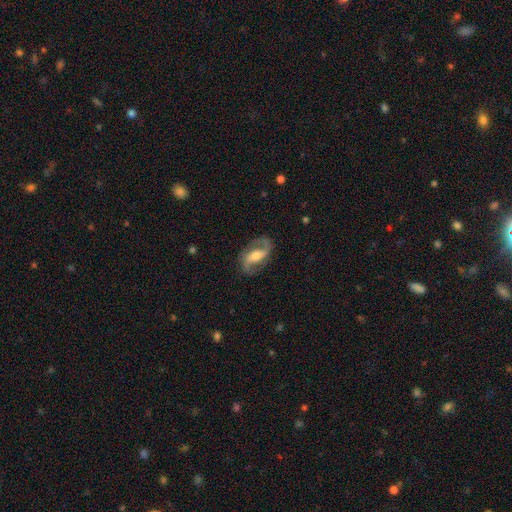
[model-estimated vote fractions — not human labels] Smooth or featured: featured or disk — 85% (smooth — 9%)
Edge-on disk: no — 96% (yes — 4%)
Bar: weak — 41% (strong — 36%)
Spiral arms: yes — 95% (no — 5%)
Spiral winding: medium — 47% (loose — 38%)
Spiral arm count: 2 — 91% (can't tell — 3%)
Bulge size: moderate — 59% (small — 26%)
Merging: none — 80% (minor disturbance — 13%)